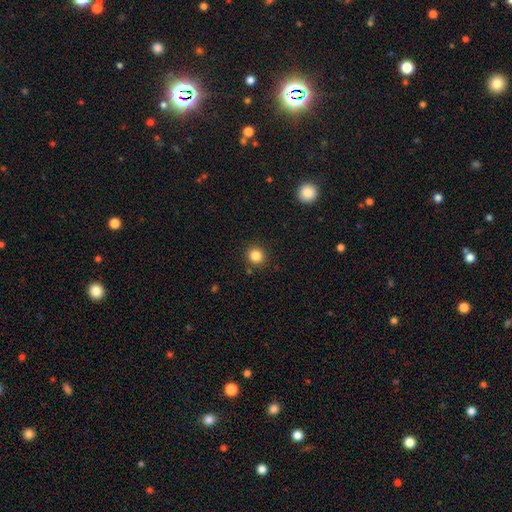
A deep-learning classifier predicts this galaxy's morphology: Overall: smooth (85%). How rounded: round (88%). Merging: none (90%).